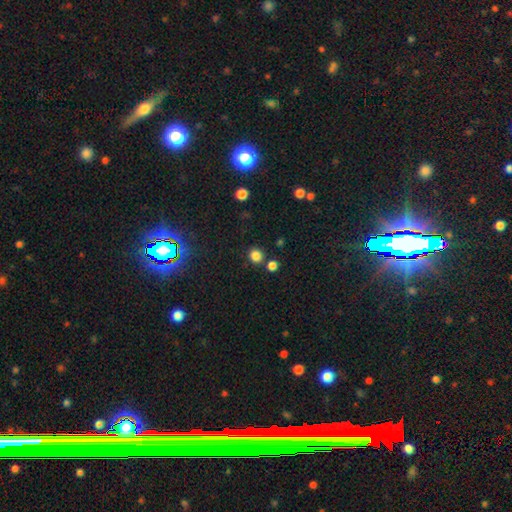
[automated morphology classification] smooth 82%, star or artifact 14%, featured or disk 4%. Down the decision tree: how rounded — round (87%); merging — none (80%).